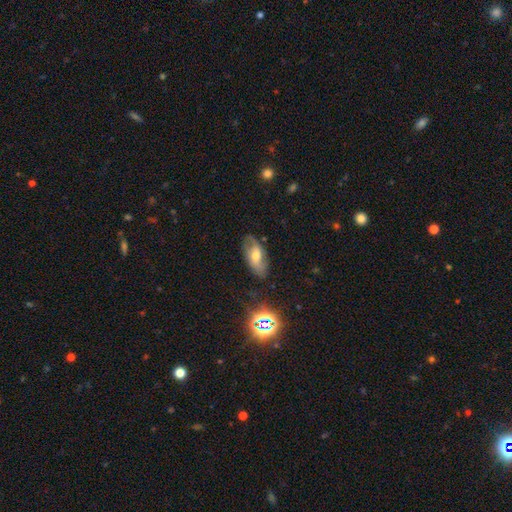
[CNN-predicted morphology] featured or disk 50%, smooth 36%, star or artifact 14%. Down the decision tree: merging — none (72%).